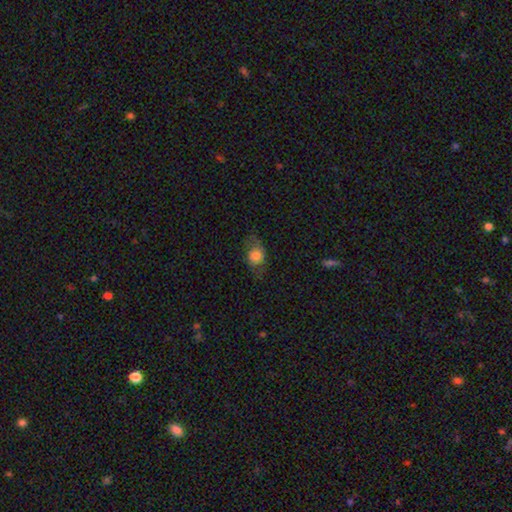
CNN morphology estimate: A smooth galaxy with no disk features (72%) that is round (49%, tied with in between).

Vote fractions:
- Smooth or featured? smooth: 72% / featured or disk: 18% / star or artifact: 9%
- How rounded? round: 49% (tied) / in between: 49% (tied) / cigar-shaped: 2%
- Merging? none: 67% / minor disturbance: 21% / major disturbance: 11% / merger: 1%